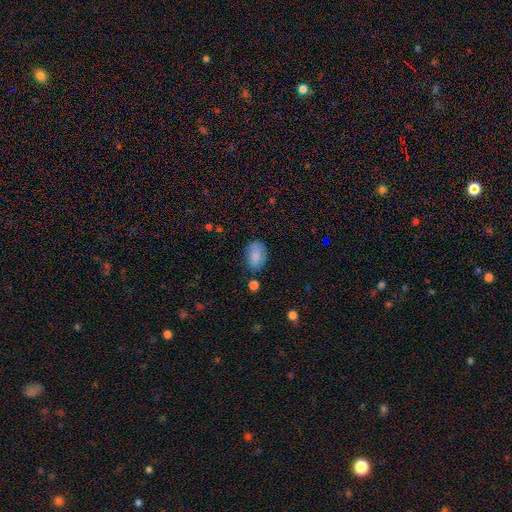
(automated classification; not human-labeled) smooth 85%, star or artifact 8%, featured or disk 7%. Down the decision tree: how rounded — in between (86%); merging — none (72%).